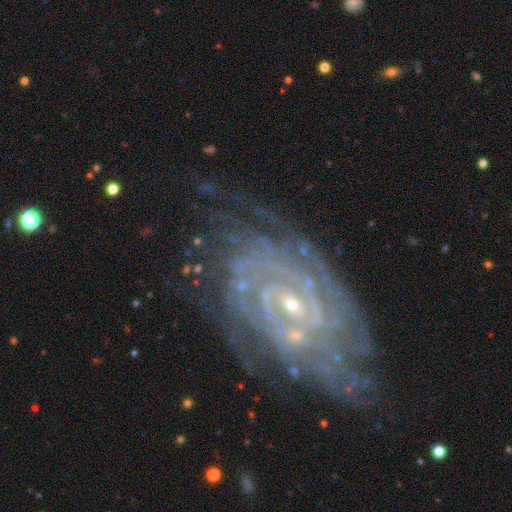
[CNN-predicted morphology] This appears to be a featured or disk galaxy (90%) with a weak bar (41%), can't tell (26%, tied with 2) tight (78%) spiral arms (97%) and a small central bulge (78%). Merging: none (64%).